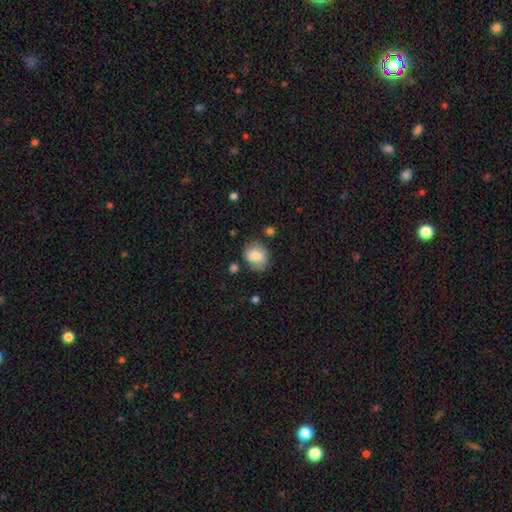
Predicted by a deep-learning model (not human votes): This appears to be a smooth galaxy with no disk features (78%) that is round (56%). Merging: none (71%).